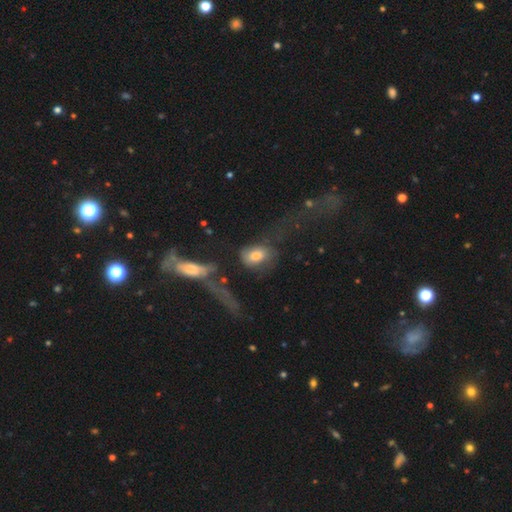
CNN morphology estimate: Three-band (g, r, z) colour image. It shows a smooth galaxy with no disk features (65%) that is in between round and cigar-shaped (77%). Merging: major disturbance (31%).